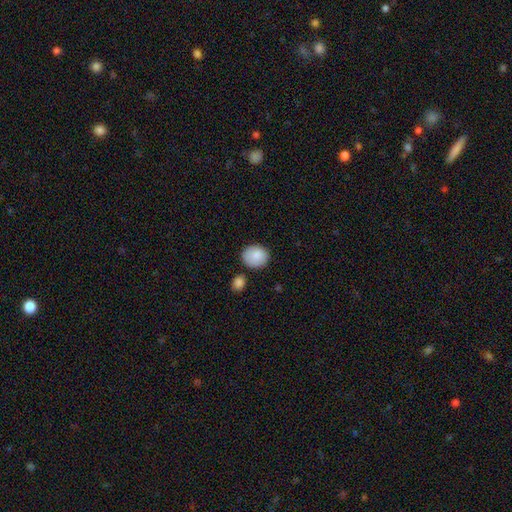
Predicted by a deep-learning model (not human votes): Smooth or featured? smooth (87%)
How rounded? round (69%)
Merging? none (77%)